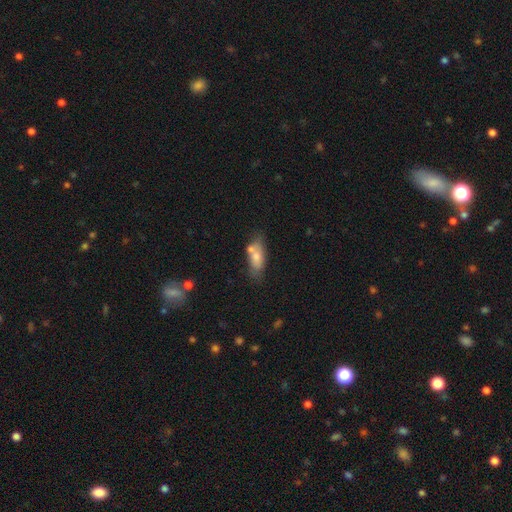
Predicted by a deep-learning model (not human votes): This appears to be a smooth galaxy with no disk features (70%) that is in between round and cigar-shaped (75%). Merging: none (51%).